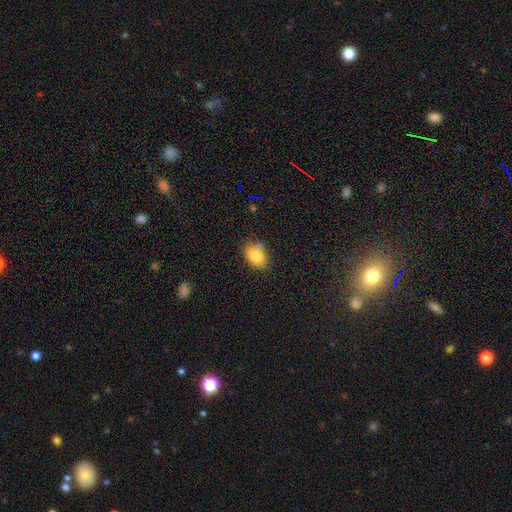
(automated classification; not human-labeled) The model was most divided on "merging": none: 67%, minor disturbance: 21%, merger: 8%, major disturbance: 4%. More confident: smooth or featured — smooth (84%); how rounded — in between (81%).